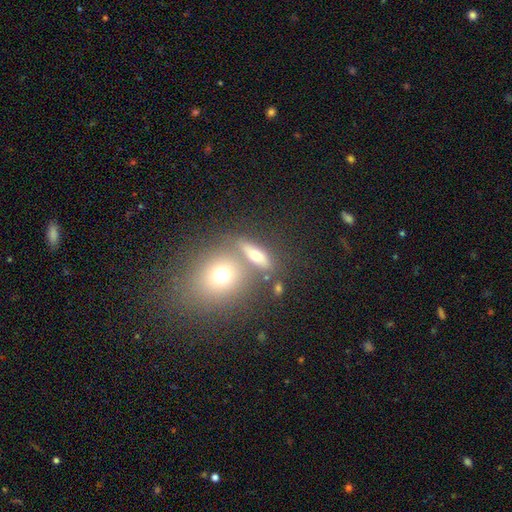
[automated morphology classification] smooth_or_featured: smooth (p=0.61) [alt: featured or disk p=0.26]
how_rounded: in between (p=0.43) [alt: round p=0.33]
merging: none (p=0.61) [alt: merger p=0.23]